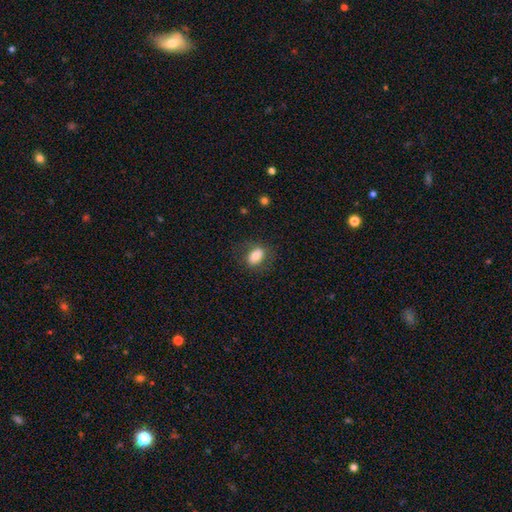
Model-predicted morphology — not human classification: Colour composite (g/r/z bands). It shows a smooth galaxy with no disk features (77%) that is in between round and cigar-shaped (81%). Merging: none (76%).